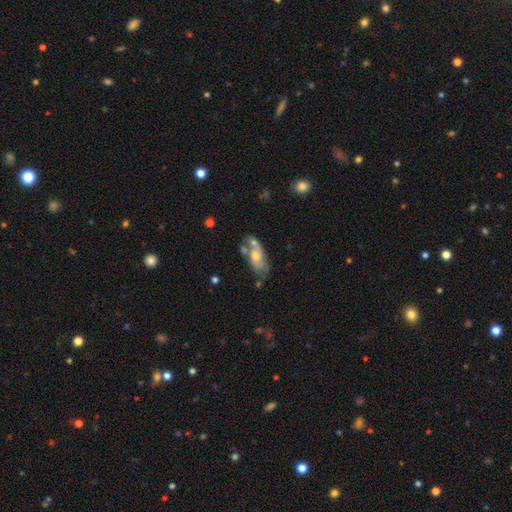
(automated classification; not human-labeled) smooth_or_featured: smooth (p=0.47) [alt: featured or disk p=0.45]
merging: none (p=0.37) [alt: merger p=0.33]